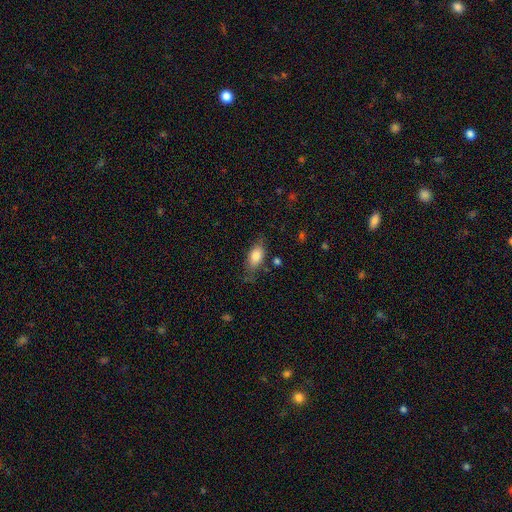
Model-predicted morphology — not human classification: smooth_or_featured: smooth (p=0.80) [alt: featured or disk p=0.13]
how_rounded: in between (p=0.88) [alt: cigar-shaped p=0.07]
merging: none (p=0.67) [alt: minor disturbance p=0.23]